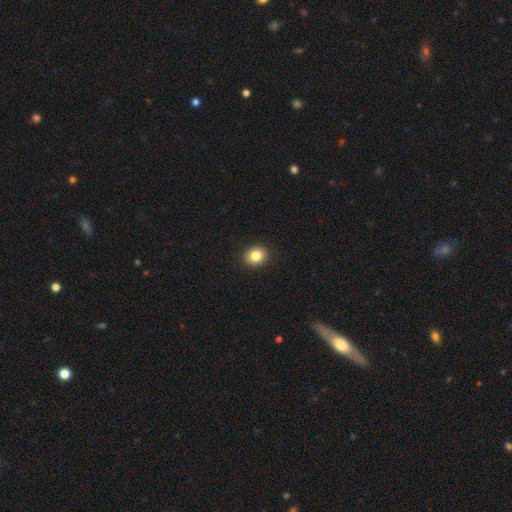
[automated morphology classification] smooth 84%, star or artifact 10%, featured or disk 7%. Down the decision tree: how rounded — round (59%); merging — none (92%).